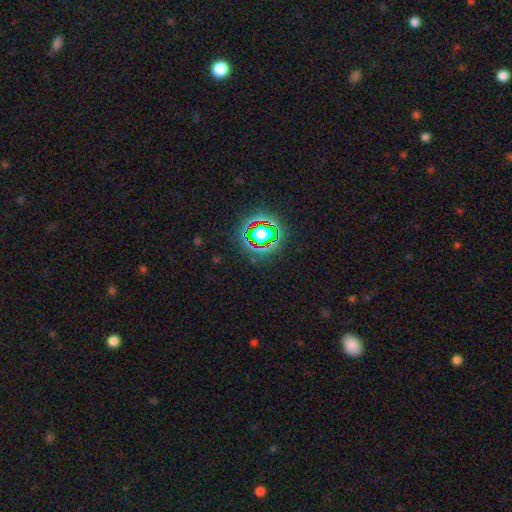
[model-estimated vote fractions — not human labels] Smooth or featured: star or artifact — 79% (smooth — 13%)